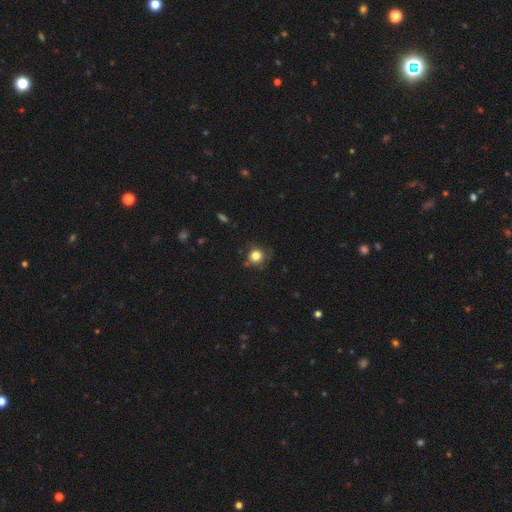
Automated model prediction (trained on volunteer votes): This appears to be a smooth galaxy with no disk features (81%) that is round (89%). Merging: none (71%).